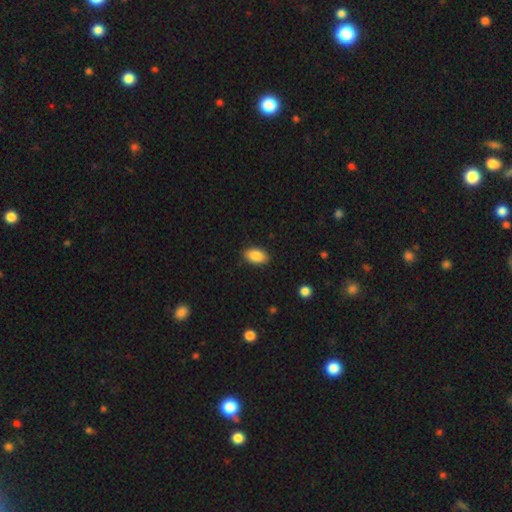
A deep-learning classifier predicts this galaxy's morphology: This is clearly a smooth galaxy (88%). How rounded: clearly in between (93%). Merging: clearly none (88%).